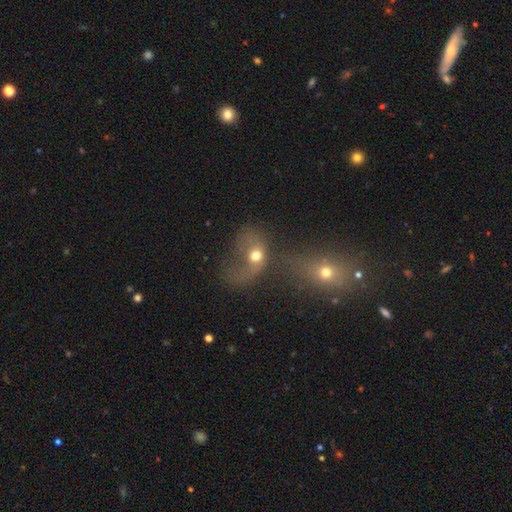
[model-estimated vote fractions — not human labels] Morphology: type=smooth (51%); roundness=in between (51%); merging=merger (43%).